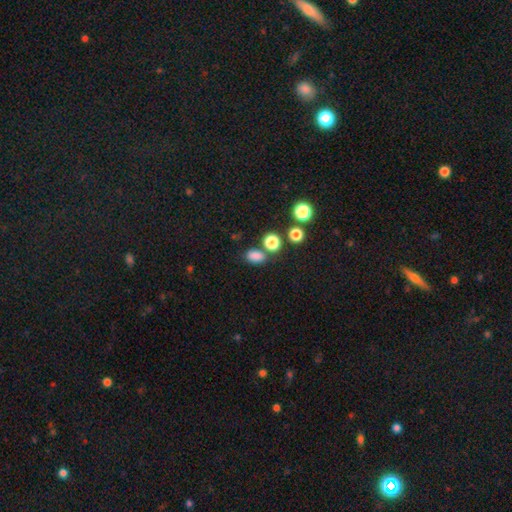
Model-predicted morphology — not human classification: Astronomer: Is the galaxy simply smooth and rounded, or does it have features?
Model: smooth — 82%.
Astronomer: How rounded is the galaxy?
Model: in between — 76%.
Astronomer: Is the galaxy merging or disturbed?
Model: none — 71%.